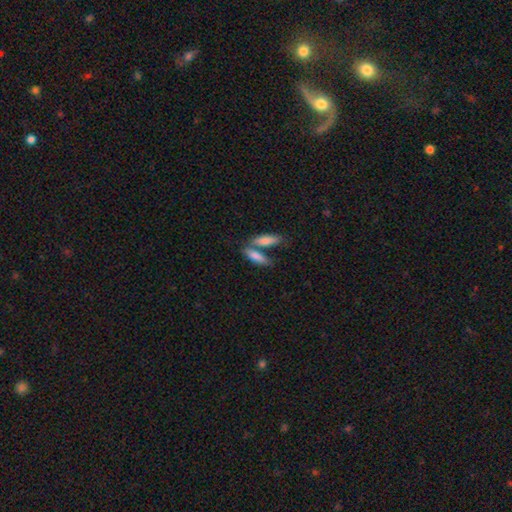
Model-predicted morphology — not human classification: This appears to be a smooth galaxy with no disk features (79%) that is in between round and cigar-shaped (49%, tied with cigar-shaped). Merging: merger (46%).